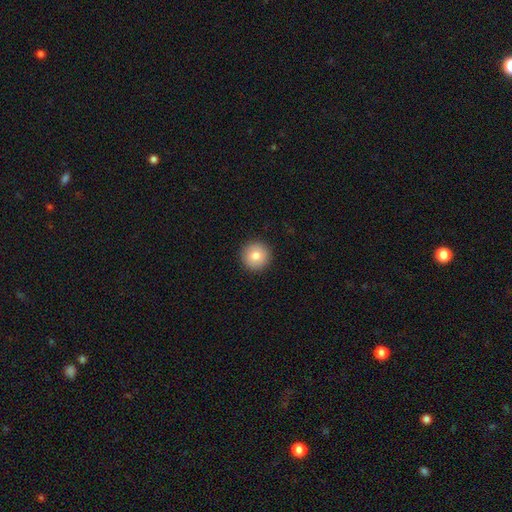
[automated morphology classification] This appears to be a smooth galaxy with no disk features (81%) that is round (96%). Merging: none (93%).